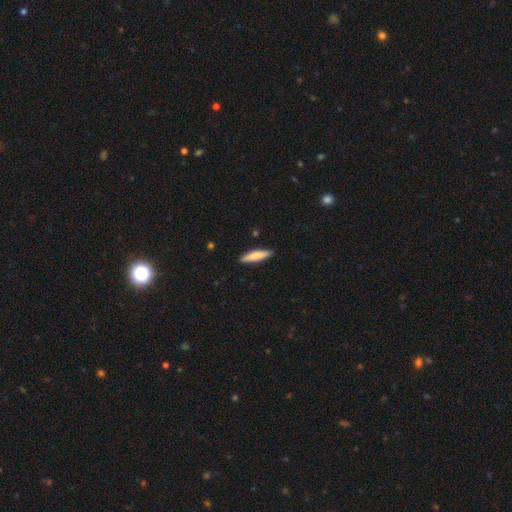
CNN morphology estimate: smooth 75%, featured or disk 20%, star or artifact 5%. Down the decision tree: how rounded — cigar-shaped (81%); merging — none (89%).